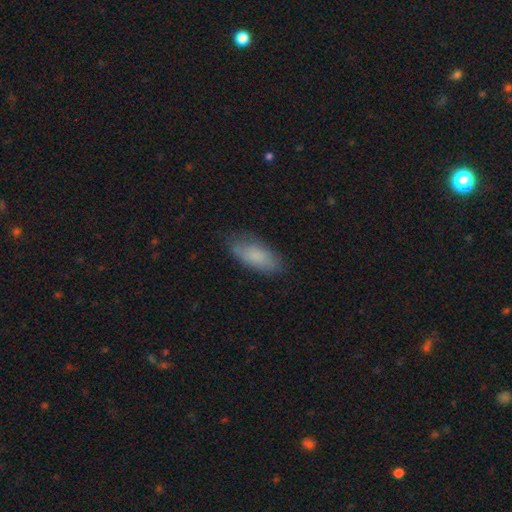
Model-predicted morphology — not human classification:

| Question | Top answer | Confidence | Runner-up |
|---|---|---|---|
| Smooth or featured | smooth | 81% | featured or disk (12%) |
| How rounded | in between | 81% | cigar-shaped (17%) |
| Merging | none | 74% | minor disturbance (20%) |